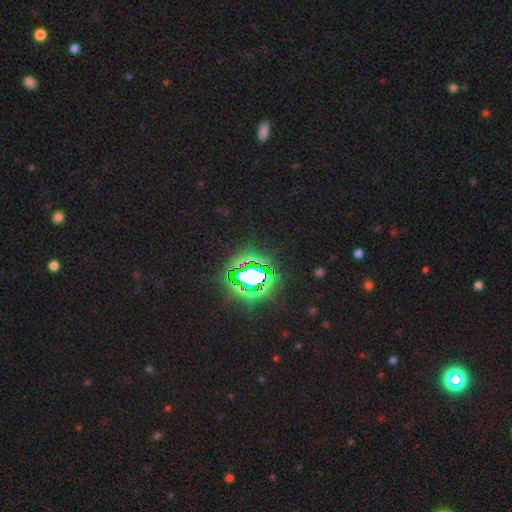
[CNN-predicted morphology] The model was most divided on "smooth or featured": star or artifact: 83%, smooth: 10%, featured or disk: 6%.